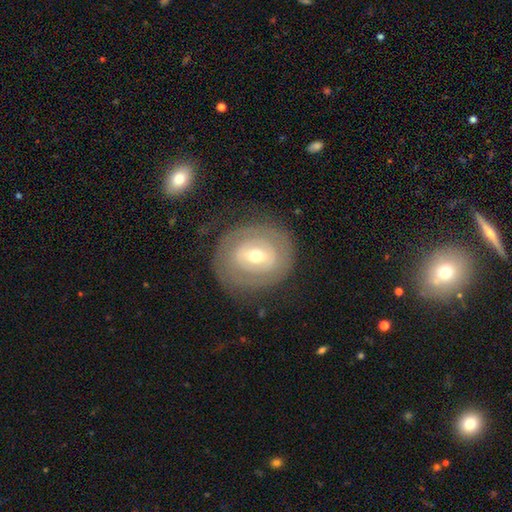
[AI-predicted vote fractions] Smooth or featured?
  - featured or disk: 67% *
  - smooth: 27%
  - star or artifact: 6%
Edge-on disk?
  - no: 95% *
  - yes: 5%
Bar?
  - weak: 41% *
  - no: 32%
  - strong: 27%
Spiral arms?
  - no: 55% *
  - yes: 45%
Bulge size?
  - moderate: 56% *
  - small: 38%
  - large: 4%
  - dominant: 1%
  - none: 1%
Merging?
  - none: 79% *
  - minor disturbance: 12%
  - major disturbance: 7%
  - merger: 2%